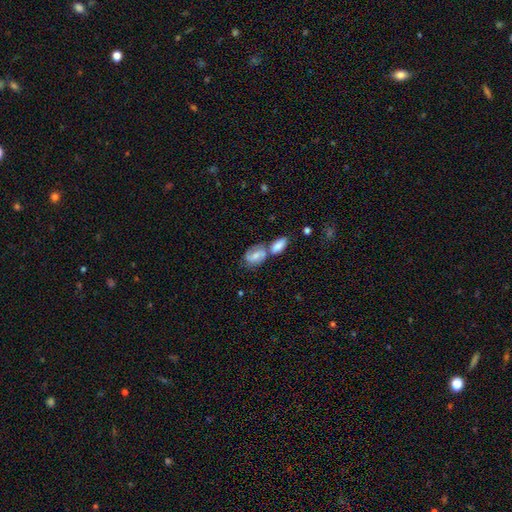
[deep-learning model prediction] Smooth or featured?
  - smooth: 52% *
  - featured or disk: 40%
  - star or artifact: 8%
How rounded?
  - in between: 79% *
  - round: 17%
  - cigar-shaped: 4%
Merging?
  - merger: 44% *
  - none: 38%
  - minor disturbance: 13%
  - major disturbance: 5%